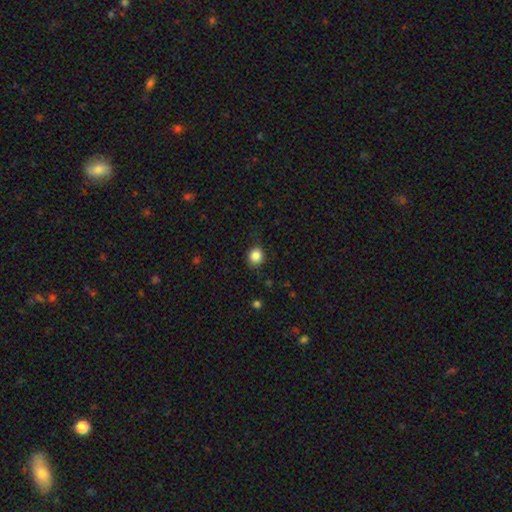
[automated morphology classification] A smooth galaxy with no disk features (85%) that is round (77%).

Vote fractions:
- Smooth or featured? smooth: 85% / star or artifact: 10% / featured or disk: 5%
- How rounded? round: 77% / in between: 22% / cigar-shaped: 1%
- Merging? none: 78% / minor disturbance: 17% / major disturbance: 4% / merger: 1%